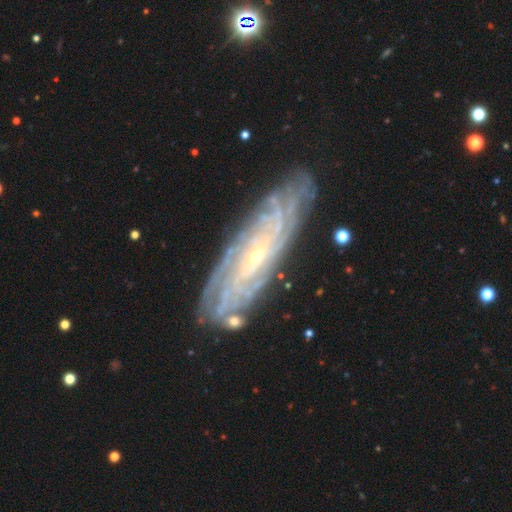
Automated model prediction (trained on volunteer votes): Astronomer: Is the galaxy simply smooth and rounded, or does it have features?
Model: featured or disk — 87%.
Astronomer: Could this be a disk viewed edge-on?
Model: no — 85%.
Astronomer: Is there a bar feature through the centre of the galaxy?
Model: no — 66%.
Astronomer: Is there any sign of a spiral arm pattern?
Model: yes — 96%.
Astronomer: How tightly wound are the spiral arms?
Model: tight — 82%.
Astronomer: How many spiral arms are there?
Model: can't tell — 37% (runner-up: more than 4, 23%).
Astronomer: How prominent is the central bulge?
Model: small — 81%.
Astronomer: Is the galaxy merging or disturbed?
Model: none — 83%.